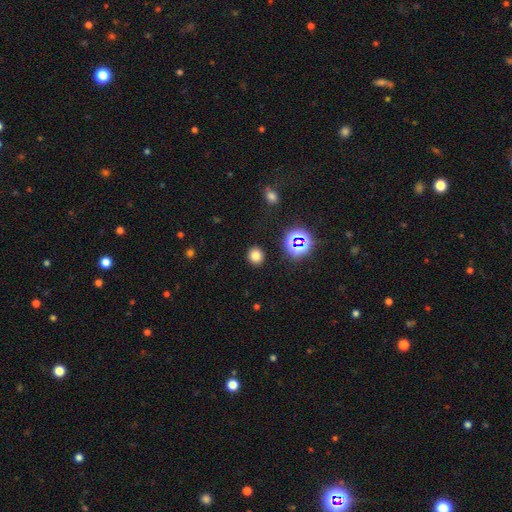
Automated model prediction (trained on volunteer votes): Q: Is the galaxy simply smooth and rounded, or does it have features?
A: smooth — 75%.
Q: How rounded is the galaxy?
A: round — 83%.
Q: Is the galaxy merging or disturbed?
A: none — 90%.